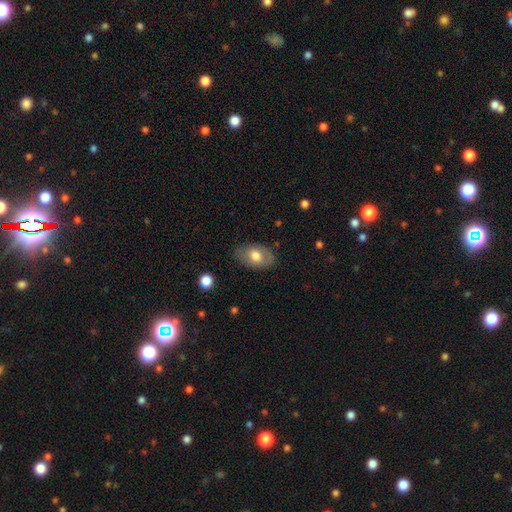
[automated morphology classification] Smooth or featured: smooth — 64% (featured or disk — 30%)
How rounded: in between — 88% (round — 11%)
Merging: none — 78% (minor disturbance — 17%)